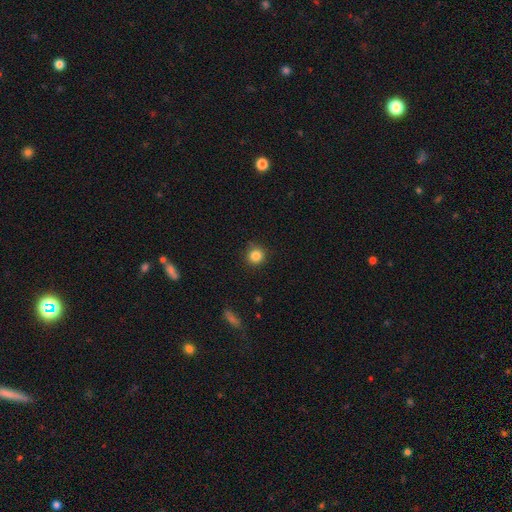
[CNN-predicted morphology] Smooth or featured: smooth — 84% (star or artifact — 11%)
How rounded: round — 93% (in between — 6%)
Merging: none — 85% (minor disturbance — 11%)